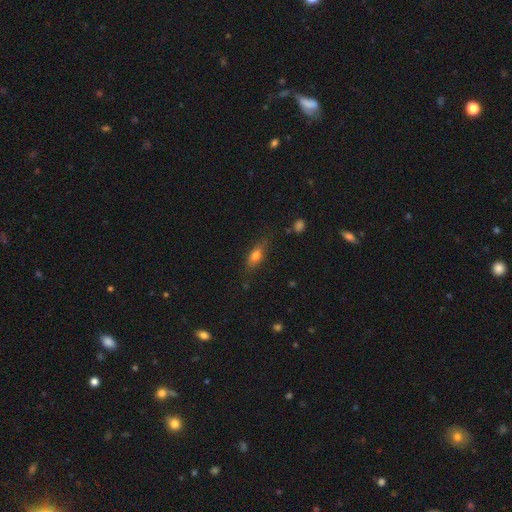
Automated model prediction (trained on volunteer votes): Morphology: type=smooth (70%); roundness=in between (68%); merging=none (76%).